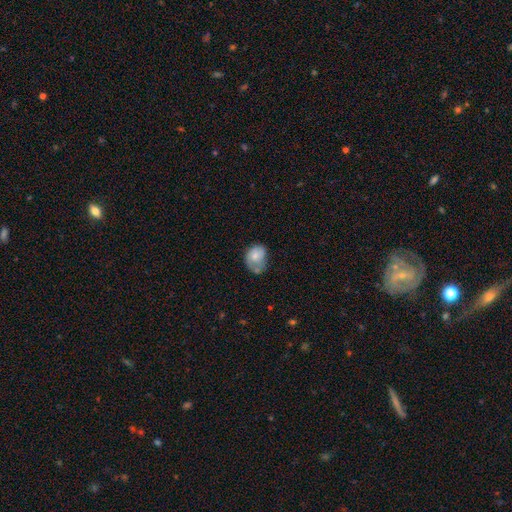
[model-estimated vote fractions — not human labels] Q: Smooth or featured?
A: smooth (66%); runner-up: featured or disk (26%)
Q: How rounded?
A: in between (60%); runner-up: round (39%)
Q: Merging?
A: minor disturbance (35%); runner-up: none (32%)